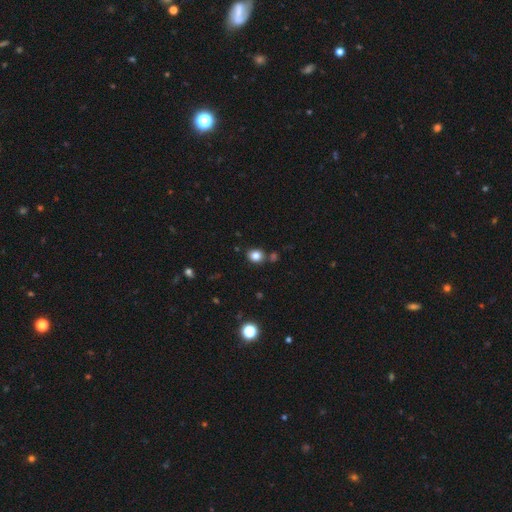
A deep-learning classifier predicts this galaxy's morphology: A smooth galaxy with no disk features (81%) that is round (65%).

Vote fractions:
- Smooth or featured? smooth: 81% / star or artifact: 13% / featured or disk: 6%
- How rounded? round: 65% / in between: 34% / cigar-shaped: 1%
- Merging? none: 78% / minor disturbance: 10% / merger: 9% / major disturbance: 3%